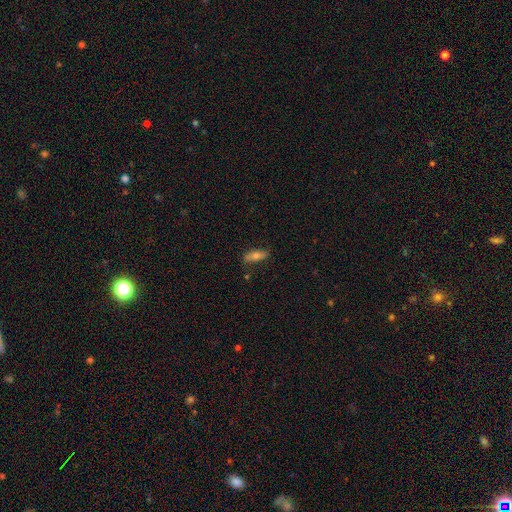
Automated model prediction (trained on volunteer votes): Smooth or featured? Predicted: smooth (p=0.57). How rounded? Predicted: in between (p=0.51). Merging? Predicted: none (p=0.77).